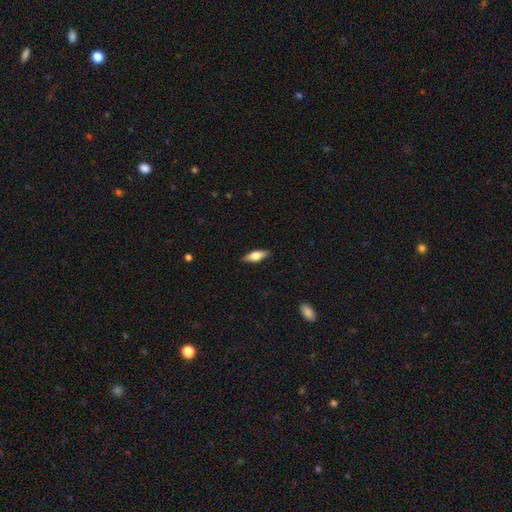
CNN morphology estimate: A smooth galaxy with no disk features (61%) that is in between round and cigar-shaped (64%).

Vote fractions:
- Smooth or featured? smooth: 61% / featured or disk: 33% / star or artifact: 6%
- How rounded? in between: 64% / cigar-shaped: 34% / round: 3%
- Merging? none: 88% / minor disturbance: 9% / major disturbance: 2% / merger: 1%